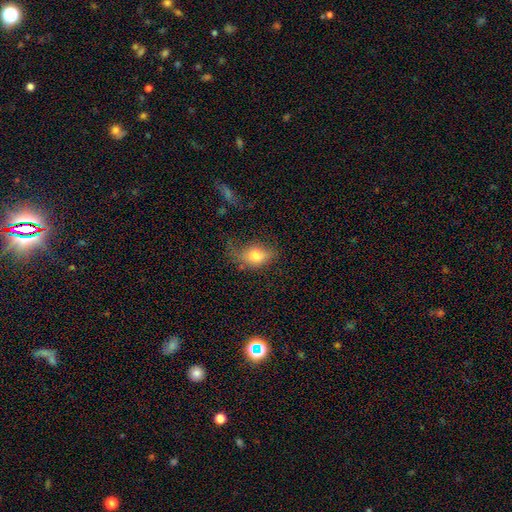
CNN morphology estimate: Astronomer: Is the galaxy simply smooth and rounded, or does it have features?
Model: smooth — 73%.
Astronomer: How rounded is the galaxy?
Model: in between — 79%.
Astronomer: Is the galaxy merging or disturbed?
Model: none — 40% (runner-up: minor disturbance, 30%).